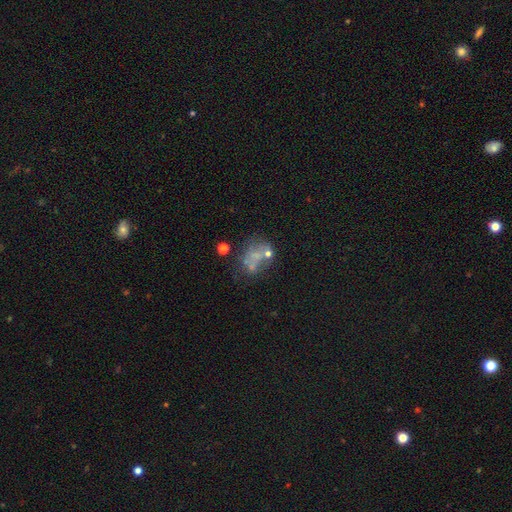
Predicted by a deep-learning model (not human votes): Q: Smooth or featured?
A: featured or disk (45%); runner-up: smooth (37%)
Q: Merging?
A: none (36%); runner-up: major disturbance (24%)